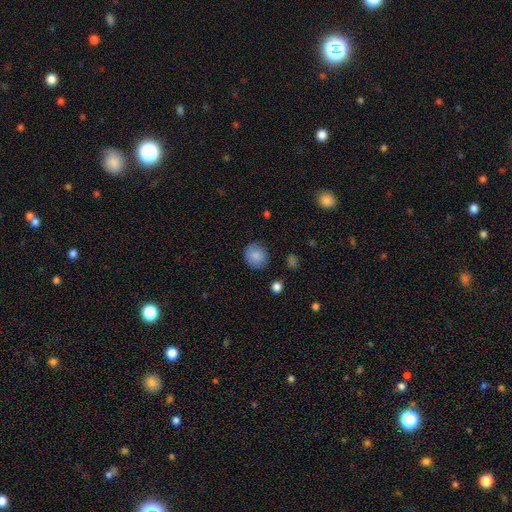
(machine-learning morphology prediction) This is clearly a smooth galaxy (83%). How rounded: clearly round (82%). Merging: likely none (79%).